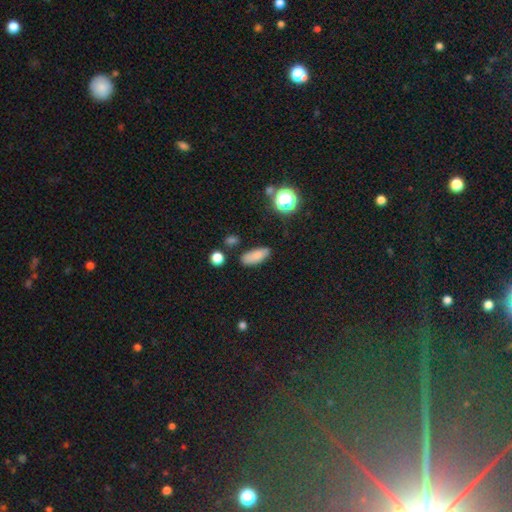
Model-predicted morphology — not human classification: This is clearly a smooth galaxy (81%). How rounded: likely in between (75%). Merging: clearly none (80%).